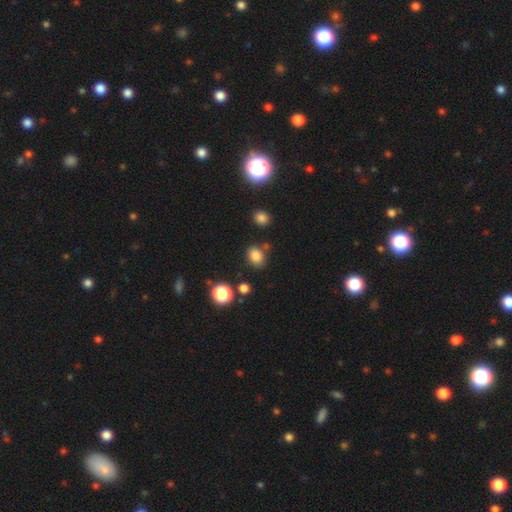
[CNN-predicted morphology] type=smooth (81%); roundness=in between (58%); merging=none (78%).